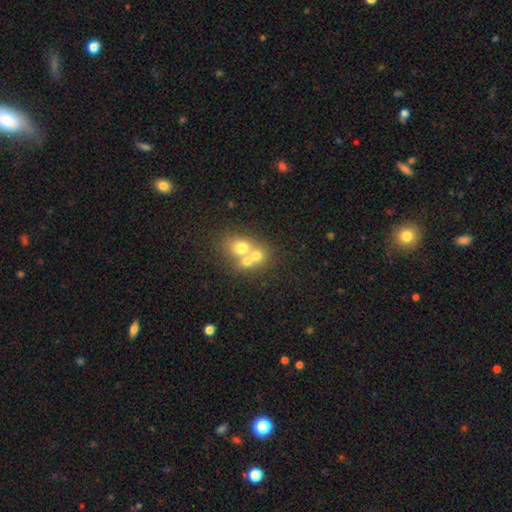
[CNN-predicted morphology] This appears to be a smooth galaxy with no disk features (62%) that is round (72%). Merging: merger (66%).